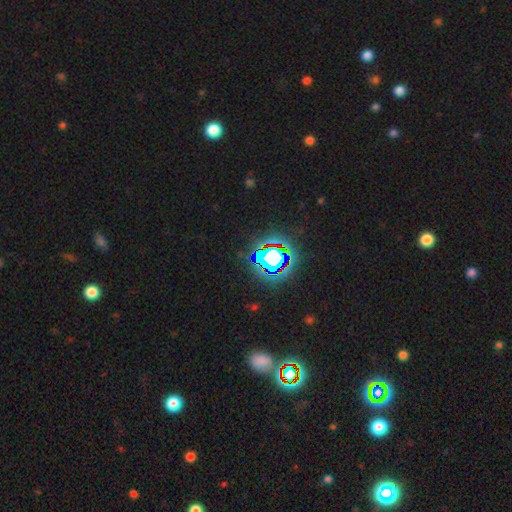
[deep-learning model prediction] Smooth or featured?
  - star or artifact: 81% *
  - smooth: 12%
  - featured or disk: 7%